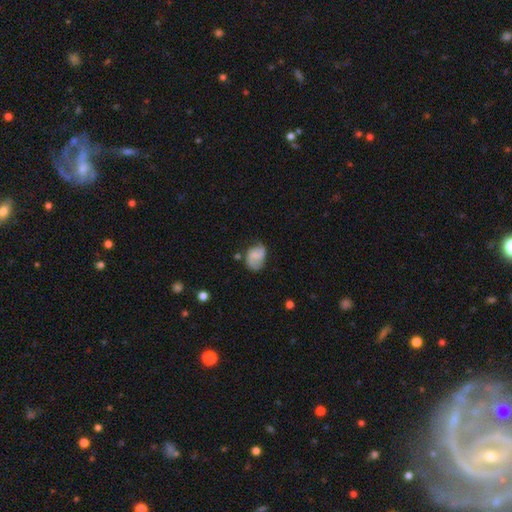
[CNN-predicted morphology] This is possibly a featured or disk galaxy (51%). It is clearly not viewed edge-on (97%). Merging: possibly none (58%).